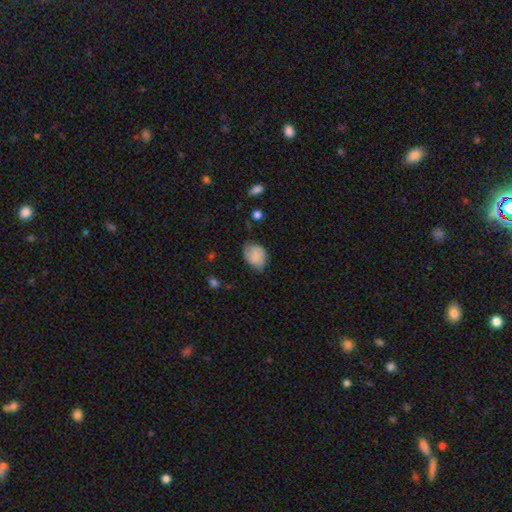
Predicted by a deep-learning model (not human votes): Smooth or featured: smooth — 71% (featured or disk — 20%)
How rounded: in between — 61% (round — 38%)
Merging: none — 54% (minor disturbance — 34%)